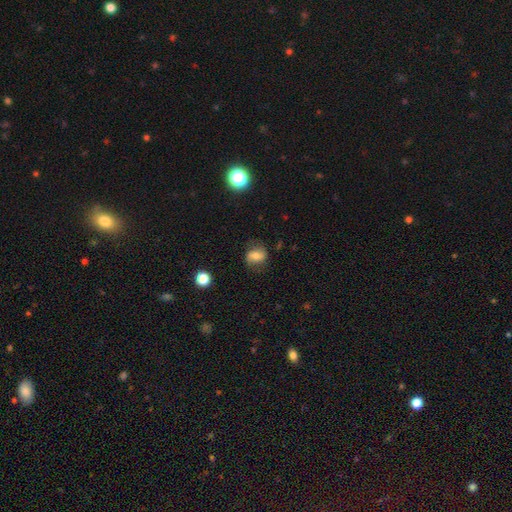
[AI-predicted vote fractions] This appears to be a smooth galaxy with no disk features (50%) that is round (51%). Merging: none (74%).